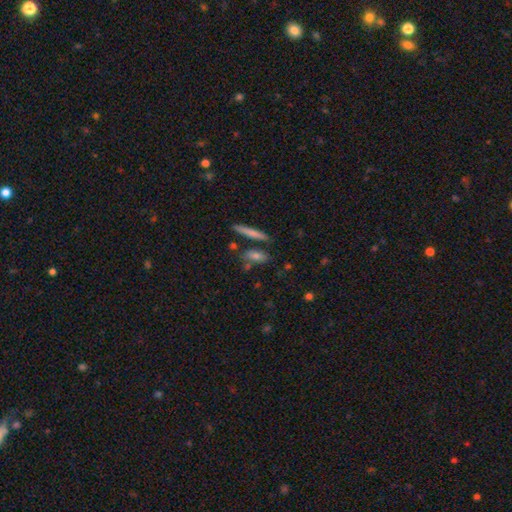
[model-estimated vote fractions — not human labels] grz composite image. It shows a smooth galaxy with no disk features (69%) that is cigar-shaped (50%). Merging: none (70%).